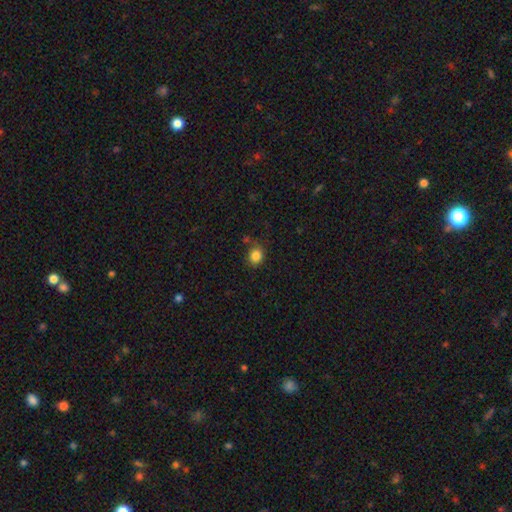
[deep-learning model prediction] A smooth galaxy with no disk features (84%) that is round (68%). Merging: none (72%).